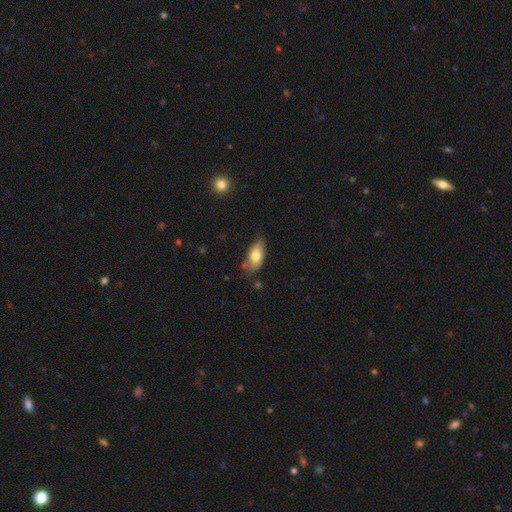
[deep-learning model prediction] This is likely a smooth galaxy (74%). How rounded: clearly in between (90%). Merging: likely none (70%).